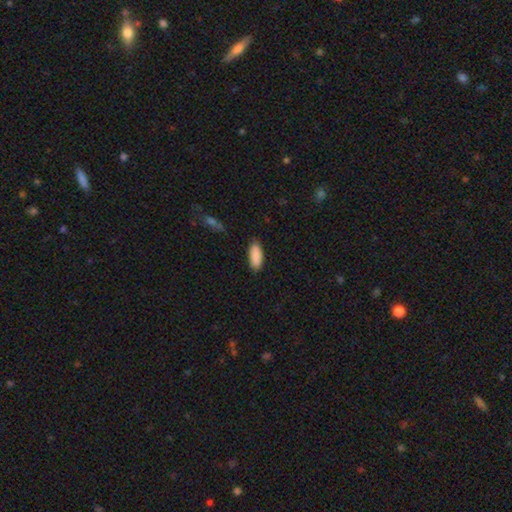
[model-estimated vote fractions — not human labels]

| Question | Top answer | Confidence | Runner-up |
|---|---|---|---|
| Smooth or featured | smooth | 90% | star or artifact (6%) |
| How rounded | in between | 78% | cigar-shaped (20%) |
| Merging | none | 86% | minor disturbance (11%) |